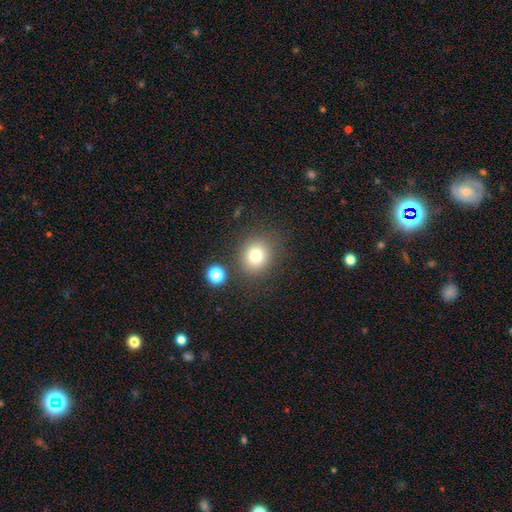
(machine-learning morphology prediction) Q: Smooth or featured?
A: smooth (78%); runner-up: star or artifact (13%)
Q: How rounded?
A: round (80%); runner-up: in between (19%)
Q: Merging?
A: none (80%); runner-up: minor disturbance (10%)